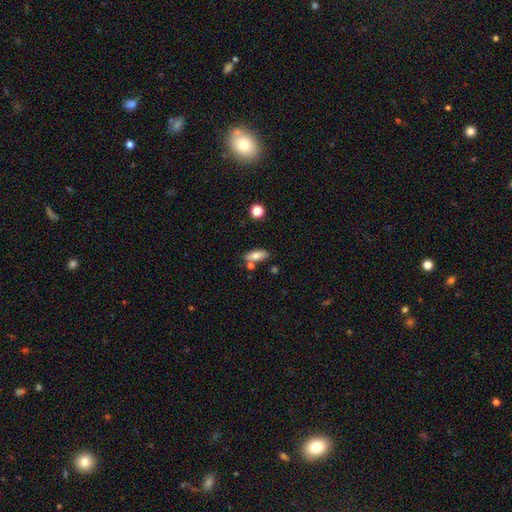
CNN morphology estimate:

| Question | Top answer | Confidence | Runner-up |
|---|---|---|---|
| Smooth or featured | smooth | 73% | featured or disk (19%) |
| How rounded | in between | 70% | cigar-shaped (27%) |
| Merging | none | 72% | minor disturbance (13%) |